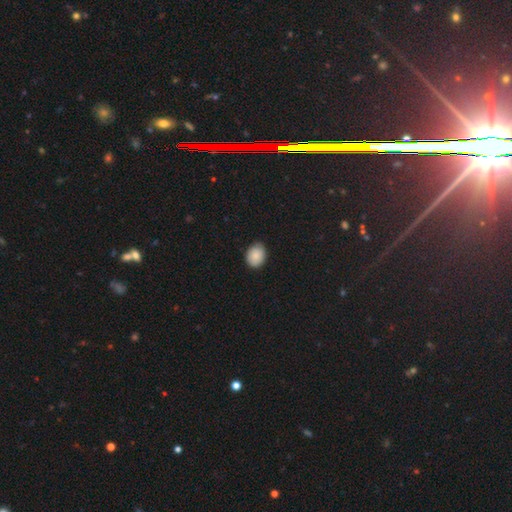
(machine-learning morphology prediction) type=smooth (88%); roundness=in between (54%); merging=none (82%).